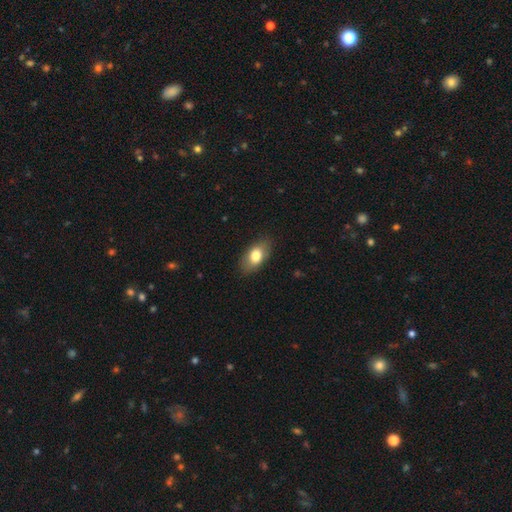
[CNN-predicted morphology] This appears to be a smooth galaxy with no disk features (77%) that is in between round and cigar-shaped (90%). Merging: none (85%).